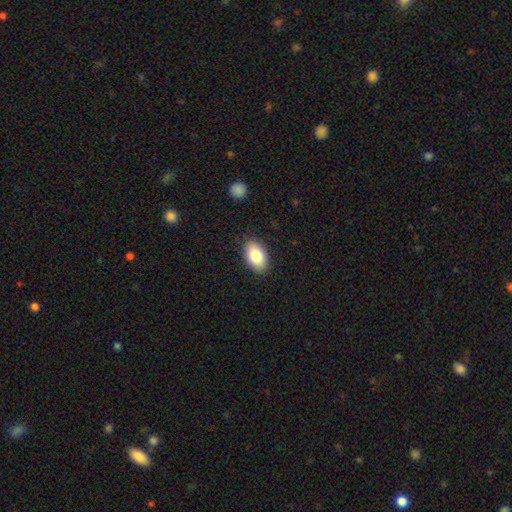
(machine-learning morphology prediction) smooth-or-featured: smooth: 82% | featured or disk: 11% | star or artifact: 7%
  how-rounded: in between: 91% | round: 7% | cigar-shaped: 1%
  merging: none: 87% | minor disturbance: 9% | major disturbance: 2% | merger: 1%